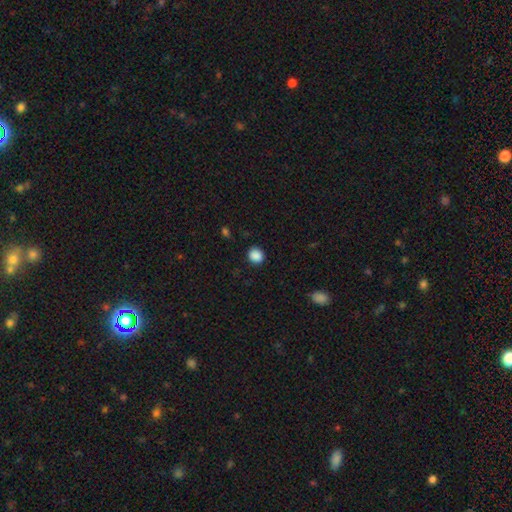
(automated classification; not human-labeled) smooth 88%, star or artifact 9%, featured or disk 3%. Down the decision tree: how rounded — round (80%); merging — none (89%).